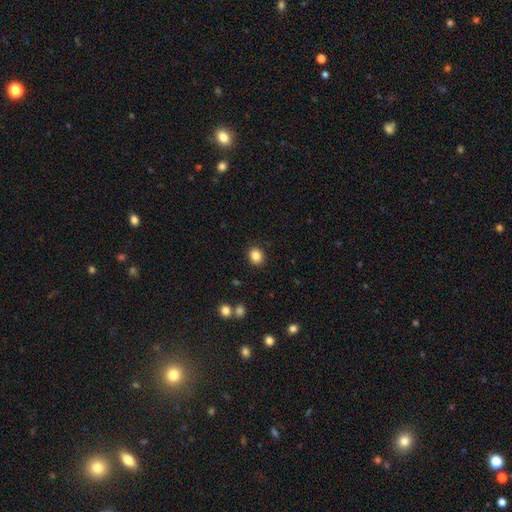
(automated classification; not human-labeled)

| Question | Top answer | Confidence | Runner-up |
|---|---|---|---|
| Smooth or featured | smooth | 85% | star or artifact (10%) |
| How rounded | round | 67% | in between (32%) |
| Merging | none | 89% | minor disturbance (7%) |